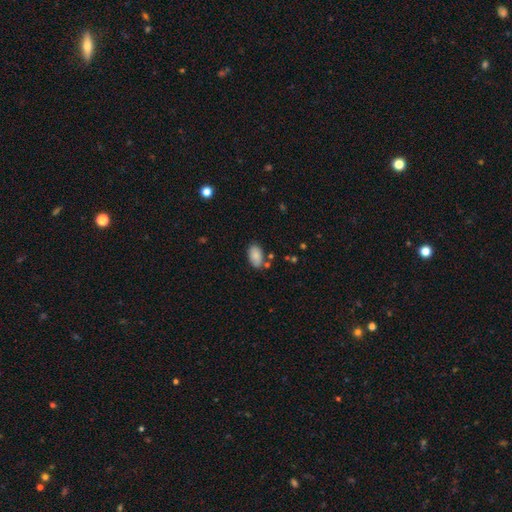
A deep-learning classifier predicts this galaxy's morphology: smooth 84%, featured or disk 9%, star or artifact 8%. Down the decision tree: how rounded — in between (93%); merging — none (72%).